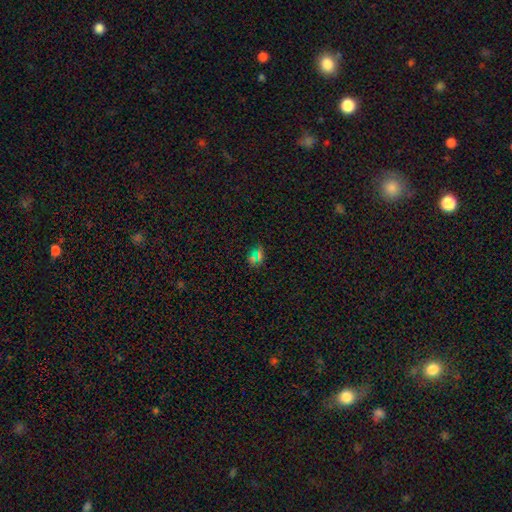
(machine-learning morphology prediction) Smooth or featured?
  - smooth: 52% *
  - star or artifact: 39%
  - featured or disk: 8%
How rounded?
  - in between: 49% *
  - round: 46%
  - cigar-shaped: 6%
Merging?
  - none: 82% *
  - minor disturbance: 10%
  - major disturbance: 5%
  - merger: 3%